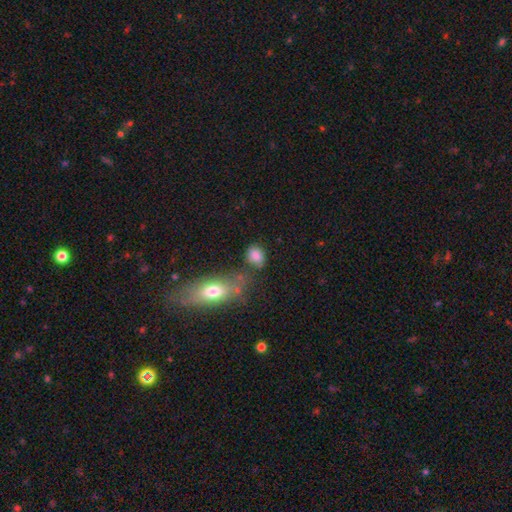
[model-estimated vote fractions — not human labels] Smooth or featured? Predicted: smooth (p=0.82). How rounded? Predicted: in between (p=0.61). Merging? Predicted: none (p=0.63).